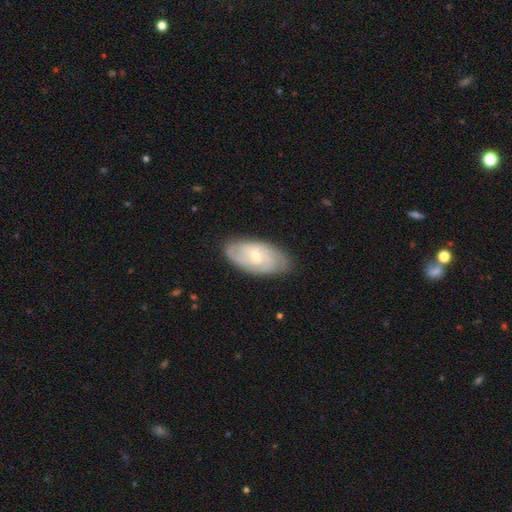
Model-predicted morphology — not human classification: smooth-or-featured: featured or disk: 62% | smooth: 32% | star or artifact: 6%
  disk-edge-on: no: 93% | yes: 7%
    bar: no: 60% | weak: 35% | strong: 6%
    has-spiral-arms: yes: 86% | no: 14%
    bulge-size: small: 63% | moderate: 32% | none: 2% | large: 2% | dominant: 1%
  merging: none: 79% | minor disturbance: 16% | major disturbance: 3% | merger: 1%